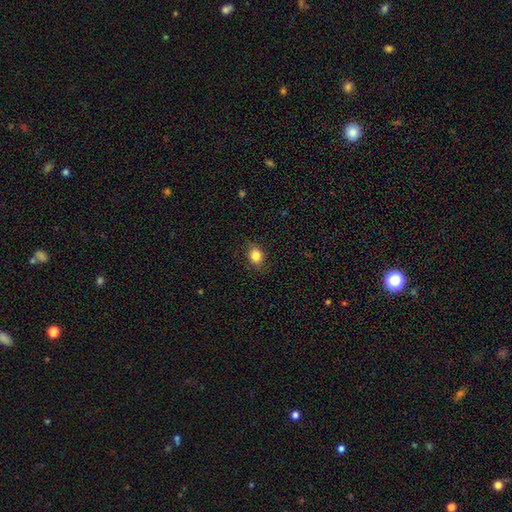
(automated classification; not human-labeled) Smooth or featured: smooth — 83% (star or artifact — 10%)
How rounded: in between — 50% (round — 49%)
Merging: none — 80% (minor disturbance — 15%)